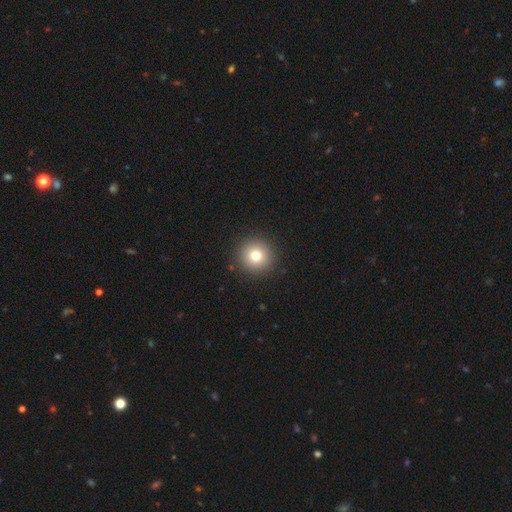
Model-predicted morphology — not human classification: Smooth or featured?
  - smooth: 78% *
  - star or artifact: 12%
  - featured or disk: 10%
How rounded?
  - round: 95% *
  - in between: 4%
  - cigar-shaped: 1%
Merging?
  - none: 92% *
  - minor disturbance: 5%
  - major disturbance: 2%
  - merger: 1%